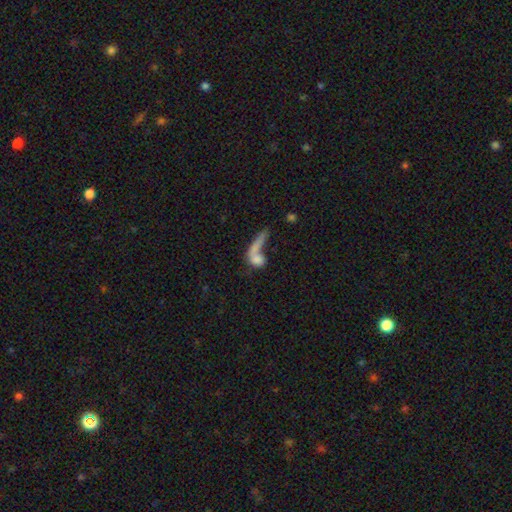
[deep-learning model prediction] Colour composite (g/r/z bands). It shows a smooth galaxy with no disk features (60%) that is in between round and cigar-shaped (46%). Merging: merger (39%).